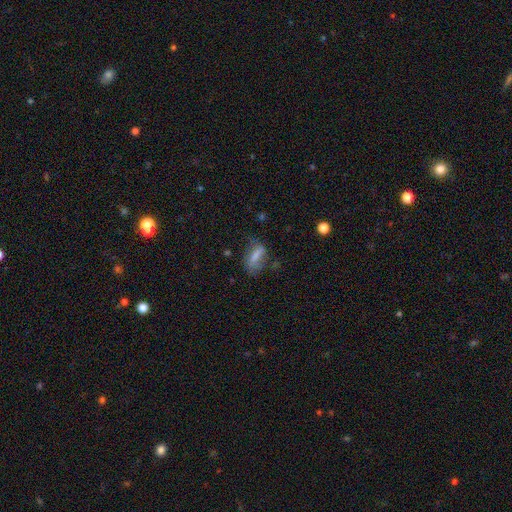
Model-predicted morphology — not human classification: Overall: smooth (61%; featured or disk 29%). How rounded: in between (66%; cigar-shaped 28%). Merging: none (50%; minor disturbance 28%).